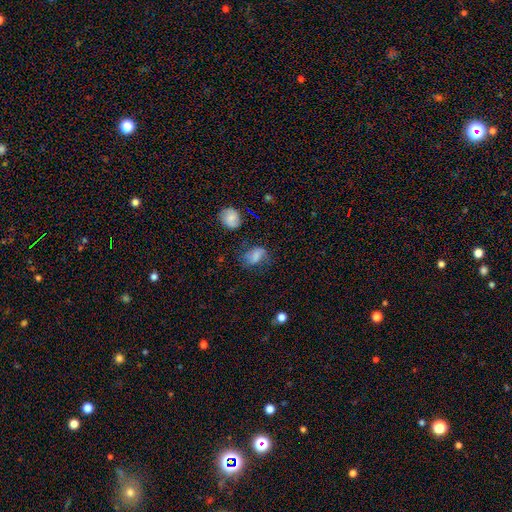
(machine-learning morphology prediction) smooth_or_featured: smooth (p=0.47) [alt: featured or disk p=0.38]
merging: none (p=0.59) [alt: minor disturbance p=0.23]